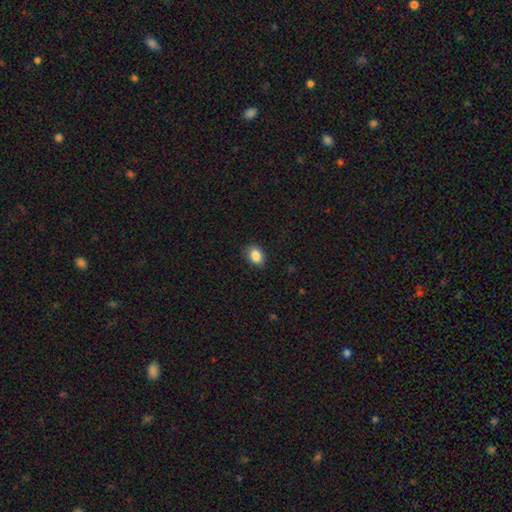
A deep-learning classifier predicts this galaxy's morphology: This is clearly a smooth galaxy (87%). How rounded: likely in between (73%). Merging: clearly none (87%).